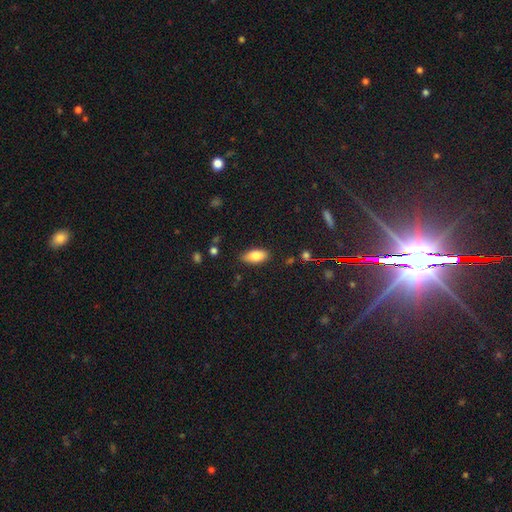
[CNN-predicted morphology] smooth_or_featured: smooth (p=0.82) [alt: featured or disk p=0.11]
how_rounded: in between (p=0.88) [alt: cigar-shaped p=0.09]
merging: none (p=0.83) [alt: minor disturbance p=0.13]